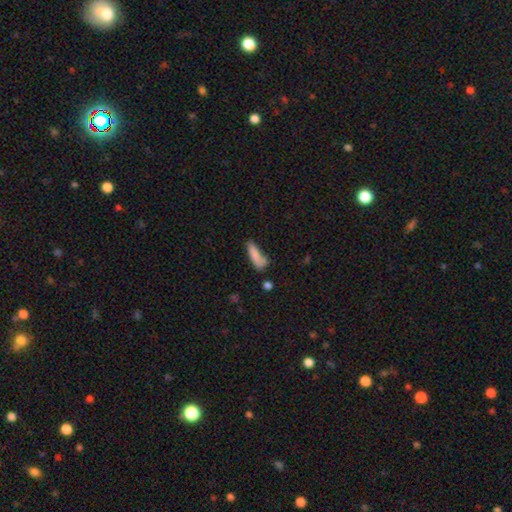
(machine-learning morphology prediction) type=smooth (82%); roundness=cigar-shaped (60%); merging=none (51%).